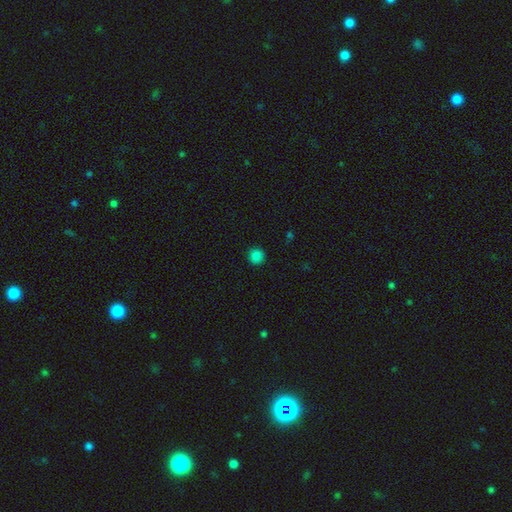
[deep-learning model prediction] A smooth galaxy with no disk features (84%) that is round (94%). Merging: none (92%).